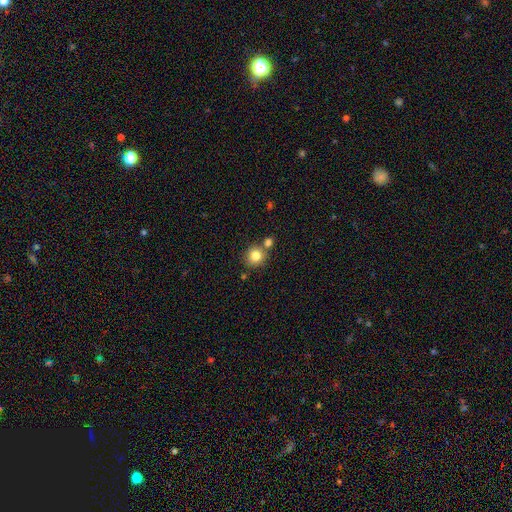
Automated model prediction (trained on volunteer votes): Smooth or featured: smooth — 82% (star or artifact — 11%)
How rounded: round — 89% (in between — 10%)
Merging: none — 69% (merger — 20%)